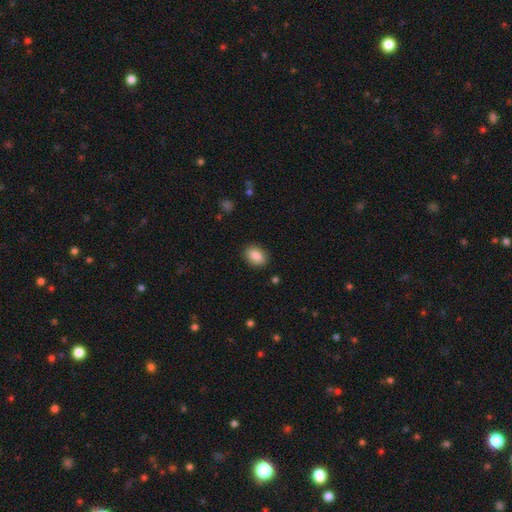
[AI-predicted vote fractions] Smooth or featured?
  - smooth: 87% *
  - star or artifact: 8%
  - featured or disk: 5%
How rounded?
  - in between: 80% *
  - round: 19%
  - cigar-shaped: 1%
Merging?
  - none: 88% *
  - minor disturbance: 9%
  - major disturbance: 2%
  - merger: 1%